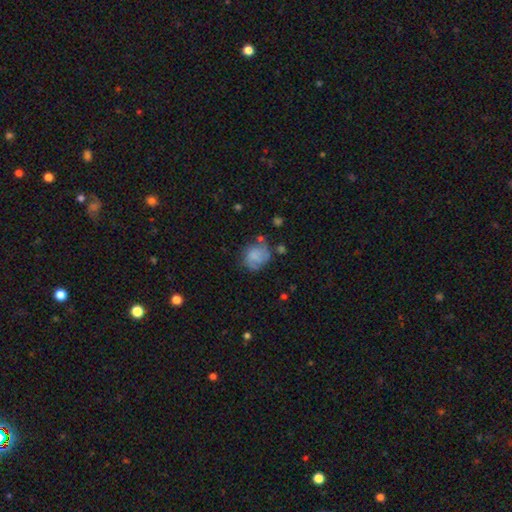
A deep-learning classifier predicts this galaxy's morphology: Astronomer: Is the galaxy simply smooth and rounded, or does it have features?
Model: smooth — 68%.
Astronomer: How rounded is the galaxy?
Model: round — 66%.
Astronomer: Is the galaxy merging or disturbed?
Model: none — 55%.